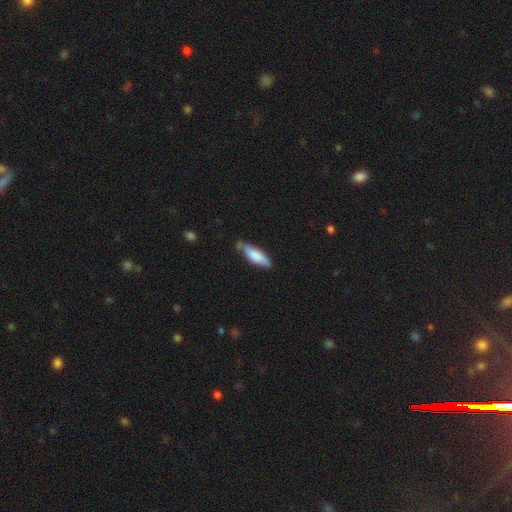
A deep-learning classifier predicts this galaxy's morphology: Smooth or featured?
  - smooth: 74% *
  - featured or disk: 20%
  - star or artifact: 6%
How rounded?
  - cigar-shaped: 53% *
  - in between: 45%
  - round: 2%
Merging?
  - none: 67% *
  - minor disturbance: 25%
  - major disturbance: 4%
  - merger: 4%